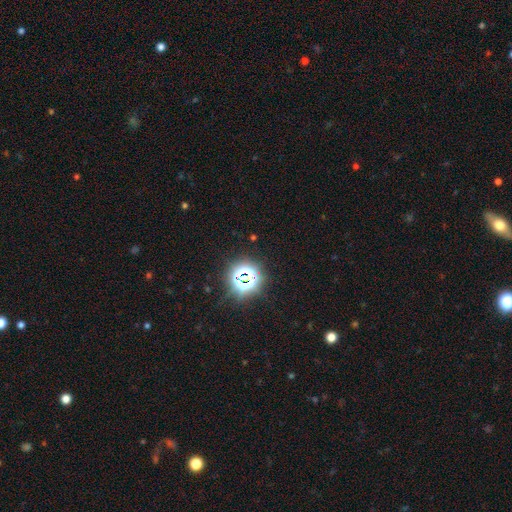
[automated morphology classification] Smooth or featured?
  - star or artifact: 80% *
  - smooth: 14%
  - featured or disk: 6%